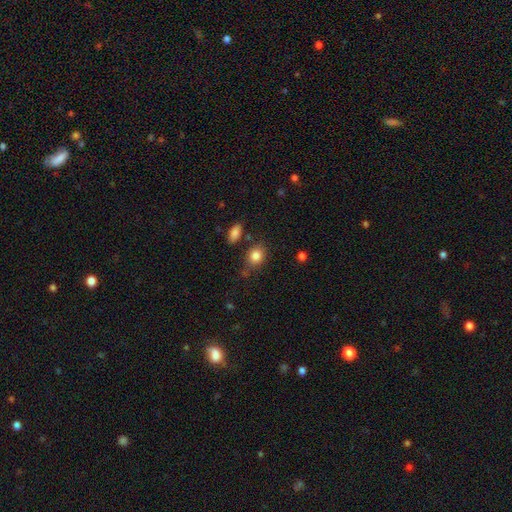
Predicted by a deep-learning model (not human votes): Morphology: type=smooth (84%); roundness=in between (51%); merging=none (72%).